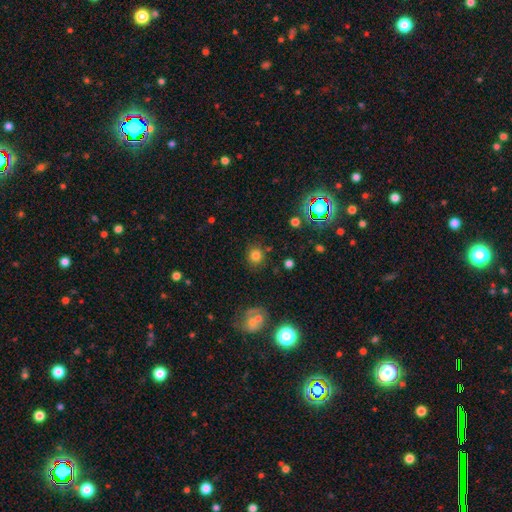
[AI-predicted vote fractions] Smooth or featured?
  - smooth: 77% *
  - star or artifact: 16%
  - featured or disk: 8%
How rounded?
  - round: 84% *
  - in between: 15%
  - cigar-shaped: 1%
Merging?
  - none: 82% *
  - minor disturbance: 10%
  - merger: 5%
  - major disturbance: 4%